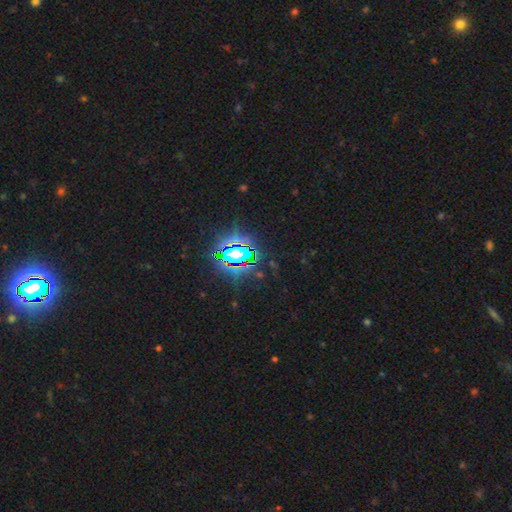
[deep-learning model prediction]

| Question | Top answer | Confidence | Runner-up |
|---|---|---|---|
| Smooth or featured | star or artifact | 85% | smooth (9%) |